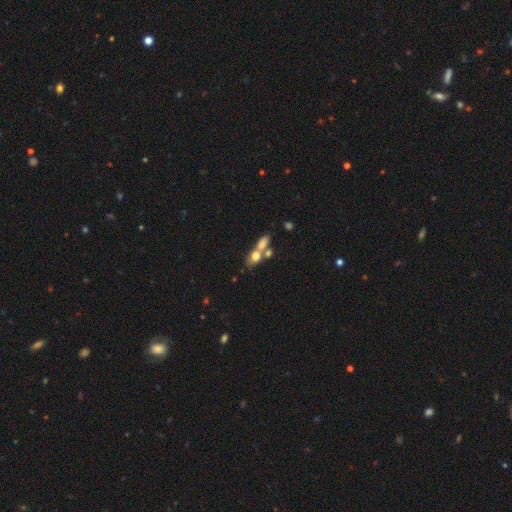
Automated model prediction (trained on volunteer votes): Smooth or featured? smooth (66%)
How rounded? in between (63%)
Merging? merger (58%)